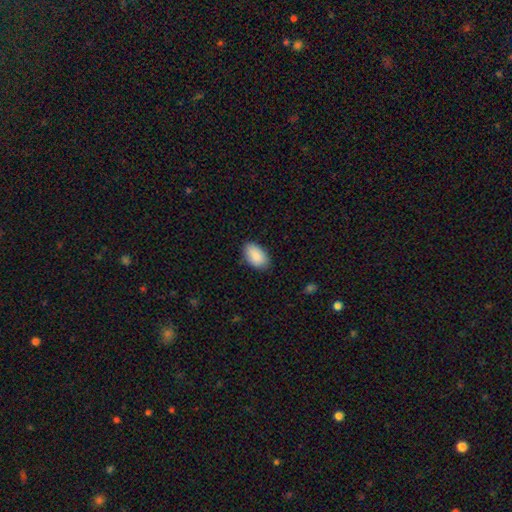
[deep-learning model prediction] Smooth or featured? Predicted: smooth (p=0.90). How rounded? Predicted: in between (p=0.94). Merging? Predicted: none (p=0.81).